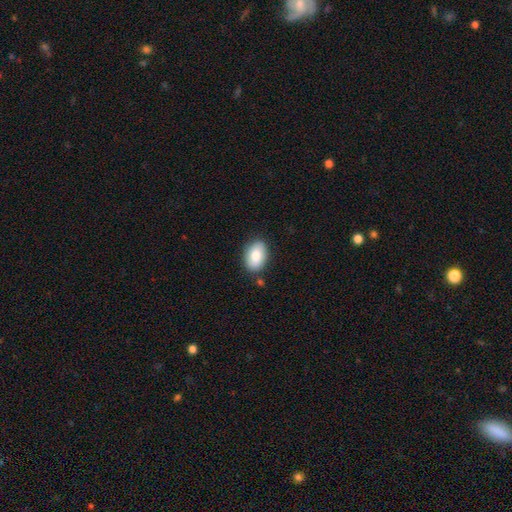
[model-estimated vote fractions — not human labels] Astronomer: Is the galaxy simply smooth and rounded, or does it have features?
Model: smooth — 80%.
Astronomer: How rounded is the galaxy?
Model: in between — 86%.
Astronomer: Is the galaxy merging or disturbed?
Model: none — 82%.